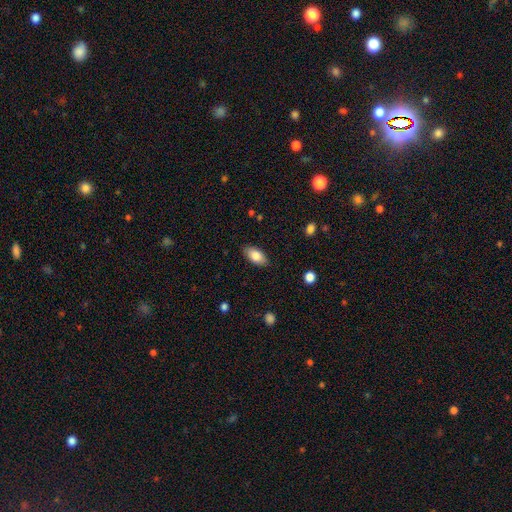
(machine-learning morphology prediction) smooth_or_featured: smooth (p=0.83) [alt: featured or disk p=0.10]
how_rounded: in between (p=0.93) [alt: cigar-shaped p=0.04]
merging: none (p=0.86) [alt: minor disturbance p=0.11]